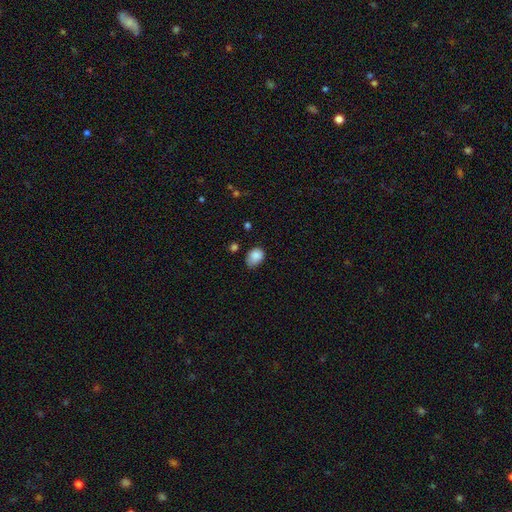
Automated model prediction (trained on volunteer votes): A smooth galaxy with no disk features (85%) that is in between round and cigar-shaped (71%). Merging: none (49%).